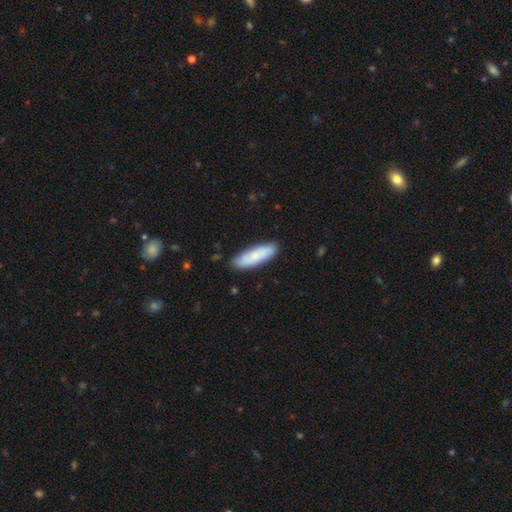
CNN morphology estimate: smooth 80%, featured or disk 15%, star or artifact 5%. Down the decision tree: how rounded — cigar-shaped (51%); merging — none (85%).